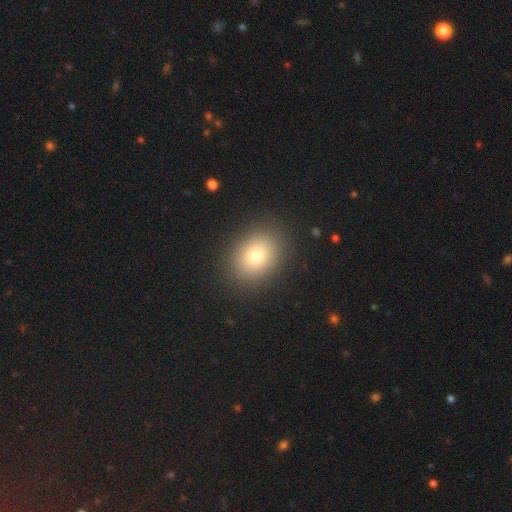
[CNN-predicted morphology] smooth-or-featured: smooth: 78% | star or artifact: 11% | featured or disk: 10%
  how-rounded: in between: 59% | round: 40% | cigar-shaped: 1%
  merging: none: 88% | minor disturbance: 8% | major disturbance: 3% | merger: 1%